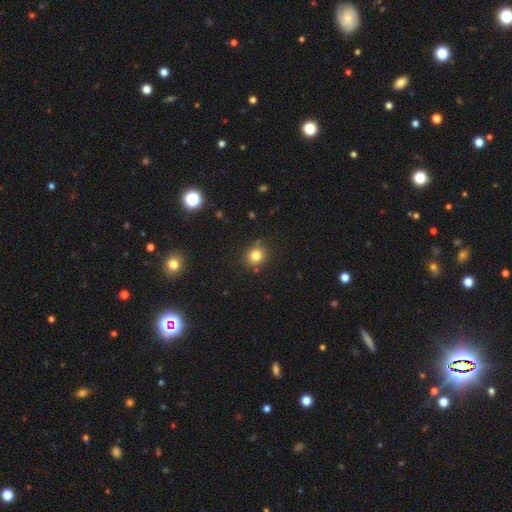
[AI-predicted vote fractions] A smooth galaxy with no disk features (81%) that is round (82%).

Vote fractions:
- Smooth or featured? smooth: 81% / star or artifact: 13% / featured or disk: 6%
- How rounded? round: 82% / in between: 17% / cigar-shaped: 1%
- Merging? none: 82% / minor disturbance: 12% / merger: 3% / major disturbance: 3%